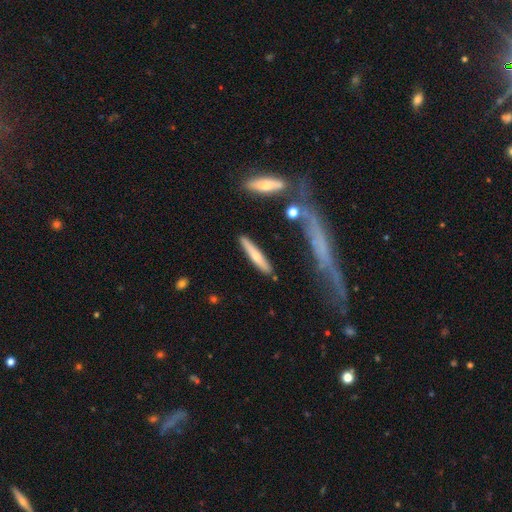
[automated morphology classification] type=smooth (58%); roundness=cigar-shaped (90%); merging=none (84%).